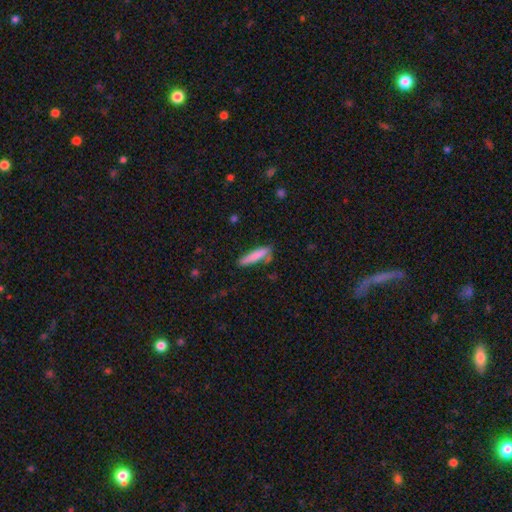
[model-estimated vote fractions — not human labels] Smooth or featured? Predicted: smooth (p=0.80). How rounded? Predicted: cigar-shaped (p=0.84). Merging? Predicted: none (p=0.70).